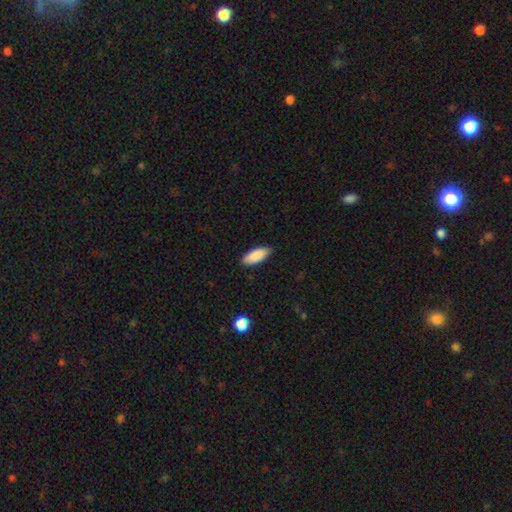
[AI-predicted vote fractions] This is clearly a smooth galaxy (89%). How rounded: clearly in between (81%). Merging: clearly none (87%).